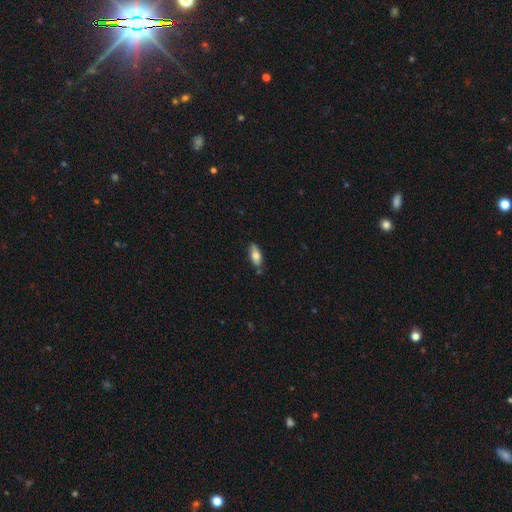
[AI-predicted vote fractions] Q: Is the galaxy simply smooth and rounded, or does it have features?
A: smooth — 69%.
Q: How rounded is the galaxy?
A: in between — 80%.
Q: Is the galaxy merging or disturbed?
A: none — 78%.